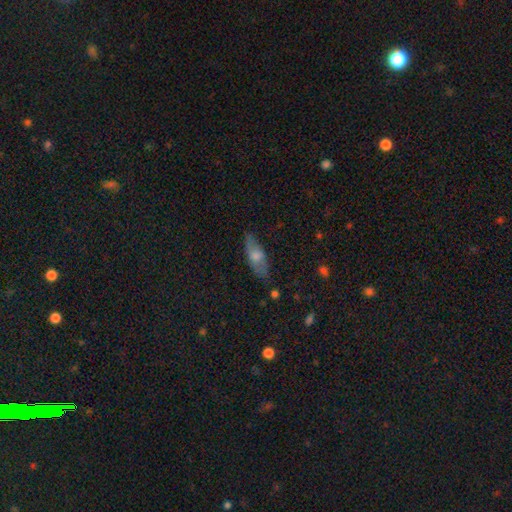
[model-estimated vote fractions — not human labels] This appears to be a smooth galaxy with no disk features (54%) that is in between round and cigar-shaped (61%). Merging: none (79%).